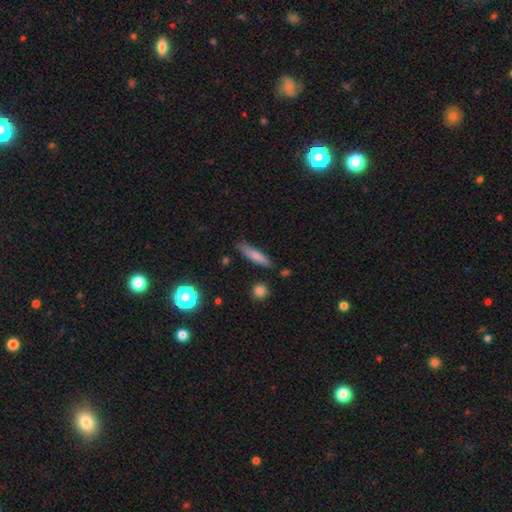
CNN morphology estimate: The model was most divided on "smooth or featured": smooth: 76%, featured or disk: 16%, star or artifact: 8%. More confident: merging — none (81%); how rounded — cigar-shaped (80%).